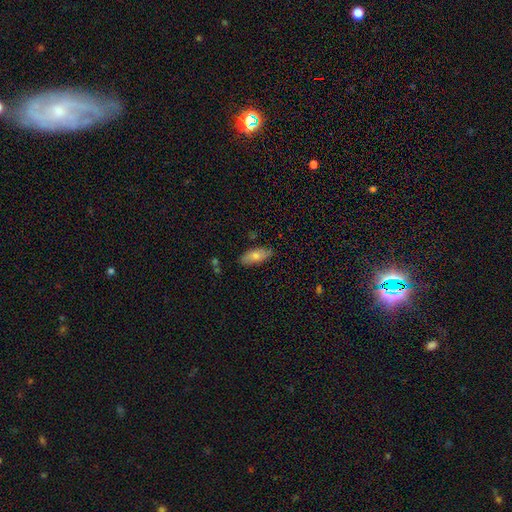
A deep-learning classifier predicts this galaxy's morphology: This is likely a smooth galaxy (75%). How rounded: clearly in between (83%). Merging: likely none (78%).